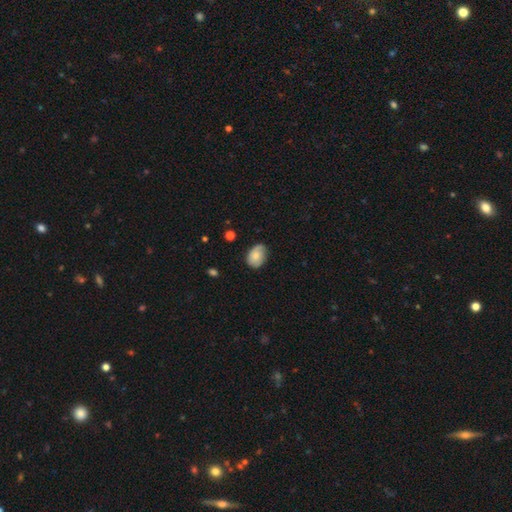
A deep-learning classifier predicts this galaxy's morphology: smooth-or-featured: smooth: 65% | featured or disk: 27% | star or artifact: 8%
  how-rounded: in between: 69% | round: 30% | cigar-shaped: 1%
  merging: none: 61% | minor disturbance: 30% | major disturbance: 7% | merger: 2%